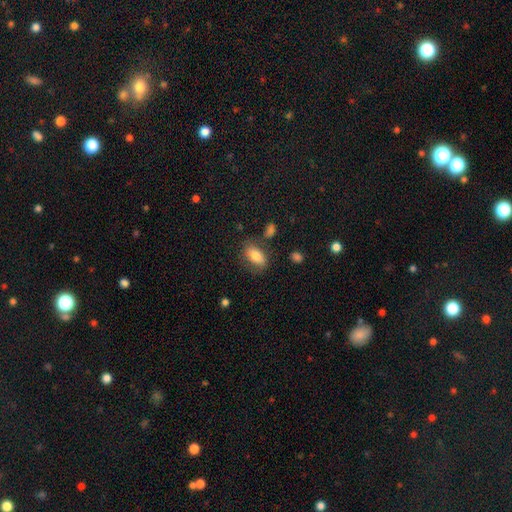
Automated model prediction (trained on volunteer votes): Smooth or featured?
  - smooth: 79% *
  - featured or disk: 14%
  - star or artifact: 8%
How rounded?
  - in between: 89% *
  - round: 6%
  - cigar-shaped: 4%
Merging?
  - none: 71% *
  - minor disturbance: 17%
  - major disturbance: 6%
  - merger: 5%